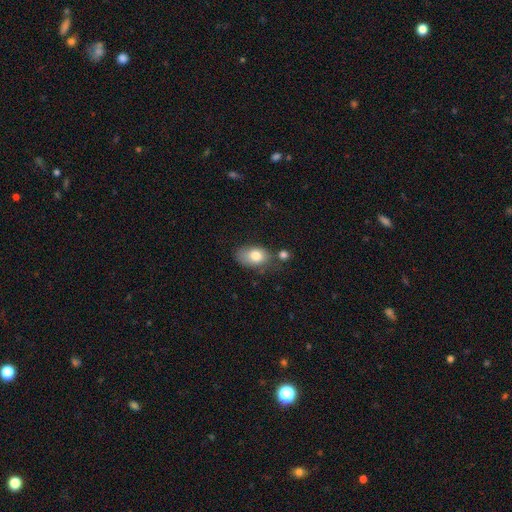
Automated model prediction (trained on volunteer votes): Smooth or featured?
  - smooth: 79% *
  - featured or disk: 14%
  - star or artifact: 8%
How rounded?
  - in between: 87% *
  - round: 11%
  - cigar-shaped: 2%
Merging?
  - none: 53% *
  - minor disturbance: 25%
  - merger: 13%
  - major disturbance: 9%